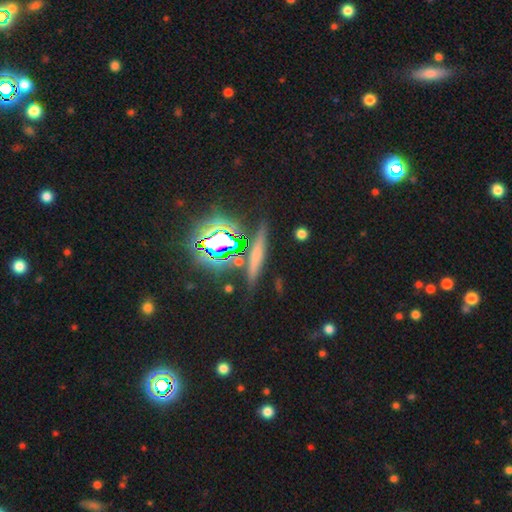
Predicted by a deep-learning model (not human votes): Q: Smooth or featured?
A: smooth (42%); runner-up: featured or disk (30%)
Q: Merging?
A: none (81%); runner-up: minor disturbance (11%)